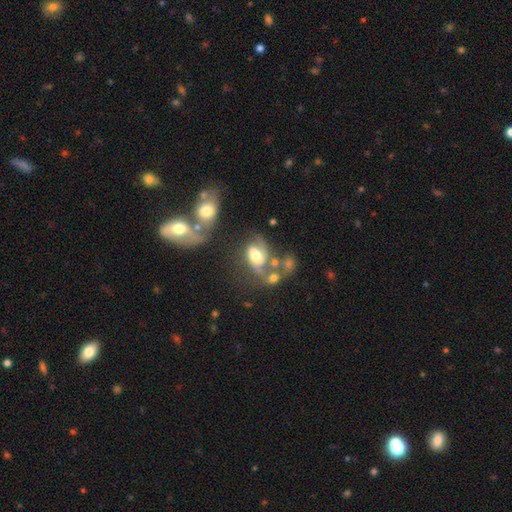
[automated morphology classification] Smooth or featured?
  - featured or disk: 66% *
  - smooth: 25%
  - star or artifact: 9%
Edge-on disk?
  - no: 96% *
  - yes: 4%
Bar?
  - no: 60% *
  - weak: 31%
  - strong: 10%
Spiral arms?
  - yes: 78% *
  - no: 22%
Bulge size?
  - moderate: 54% *
  - large: 29%
  - small: 11%
  - none: 3%
  - dominant: 3%
Merging?
  - merger: 36% *
  - major disturbance: 25%
  - none: 24%
  - minor disturbance: 15%